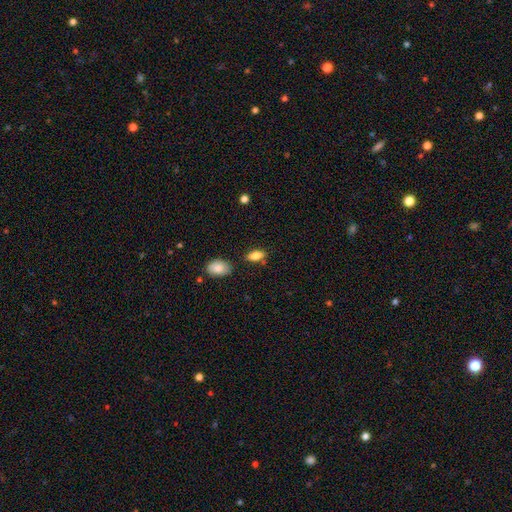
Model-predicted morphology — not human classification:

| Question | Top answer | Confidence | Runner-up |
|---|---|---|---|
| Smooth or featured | smooth | 82% | featured or disk (10%) |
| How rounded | in between | 85% | cigar-shaped (12%) |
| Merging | none | 79% | minor disturbance (13%) |